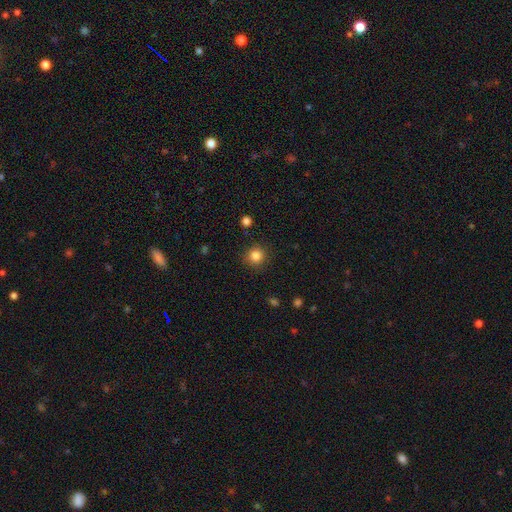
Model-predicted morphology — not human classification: This appears to be a smooth galaxy with no disk features (85%) that is round (93%). Merging: none (89%).